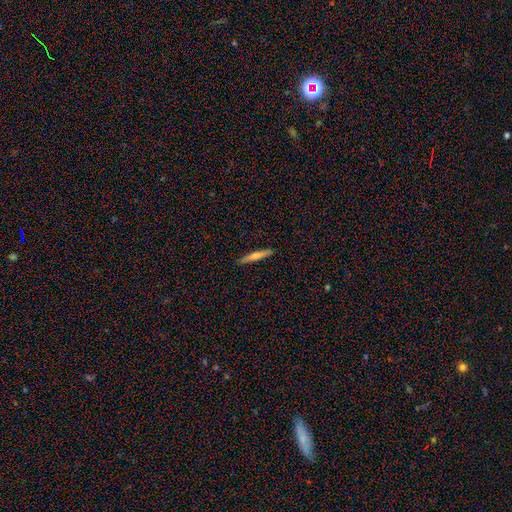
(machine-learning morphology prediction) A featured or disk galaxy (48%). Merging: none (91%).